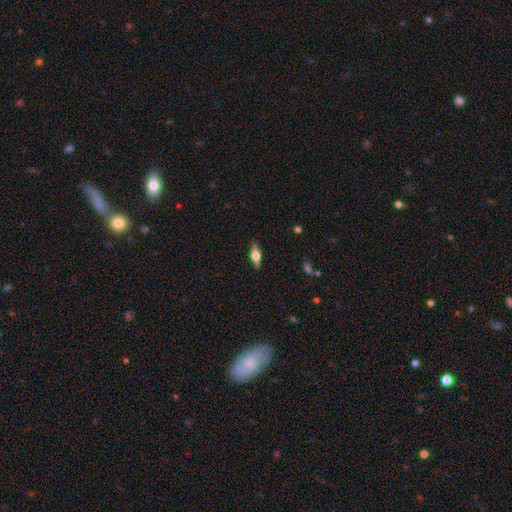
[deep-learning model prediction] Overall: featured or disk (63%; smooth 30%). Edge-on disk: yes (95%). Edge-on bulge: rounded (92%). Merging: none (88%).